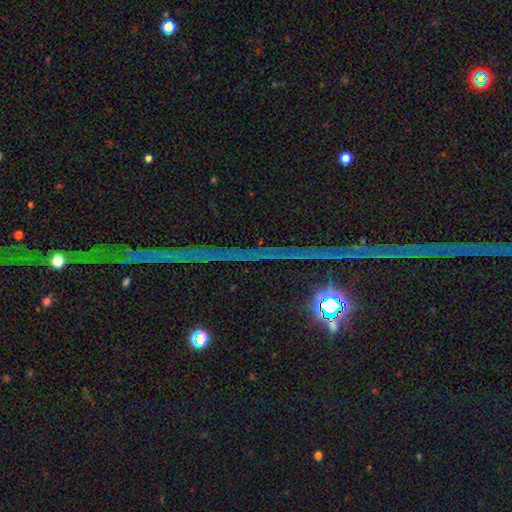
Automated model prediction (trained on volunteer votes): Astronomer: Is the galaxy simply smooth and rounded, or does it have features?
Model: star or artifact — 85%.